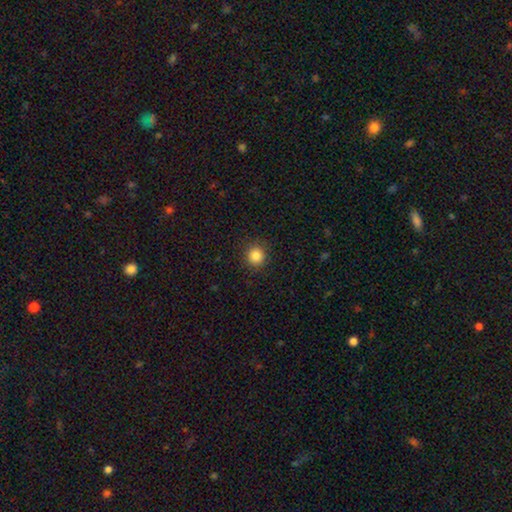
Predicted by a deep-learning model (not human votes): A smooth galaxy with no disk features (86%) that is round (93%). Merging: none (90%).